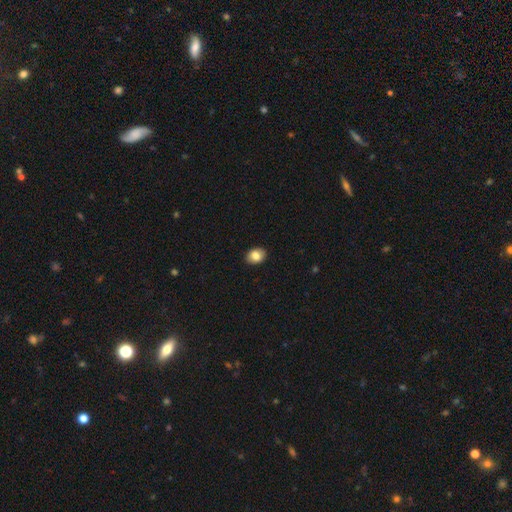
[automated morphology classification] This appears to be a smooth galaxy with no disk features (84%) that is in between round and cigar-shaped (66%). Merging: none (90%).